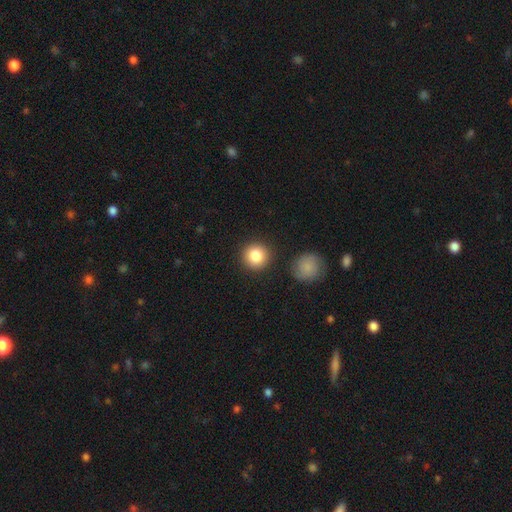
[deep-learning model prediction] smooth-or-featured: smooth: 85% | star or artifact: 8% | featured or disk: 6%
  how-rounded: round: 94% | in between: 5% | cigar-shaped: 1%
  merging: none: 88% | minor disturbance: 6% | merger: 4% | major disturbance: 2%